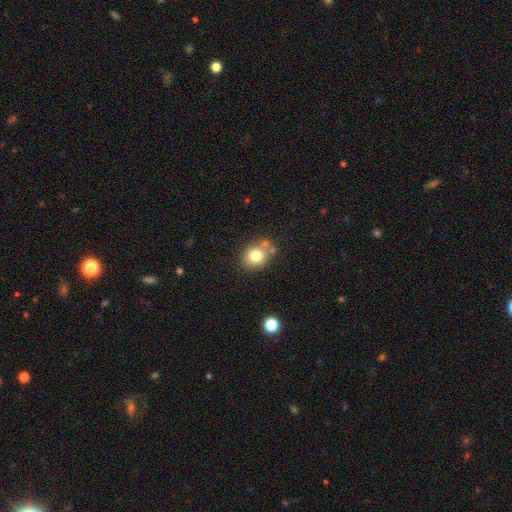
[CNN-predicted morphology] smooth-or-featured: smooth: 77% | featured or disk: 12% | star or artifact: 12%
  how-rounded: round: 68% | in between: 31% | cigar-shaped: 1%
  merging: none: 70% | merger: 13% | minor disturbance: 13% | major disturbance: 4%